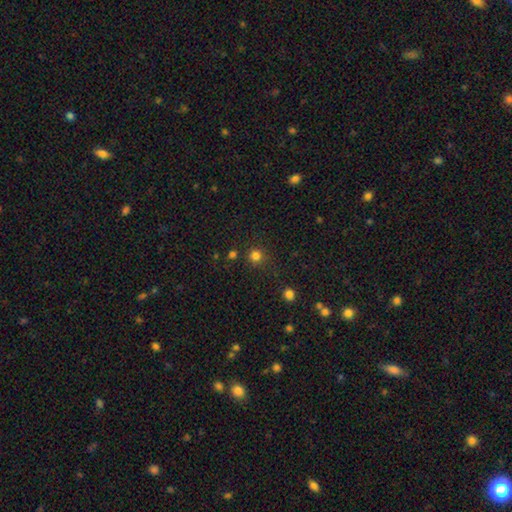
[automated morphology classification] smooth_or_featured: smooth (p=0.80) [alt: star or artifact p=0.16]
how_rounded: round (p=0.94) [alt: in between p=0.06]
merging: none (p=0.84) [alt: minor disturbance p=0.09]